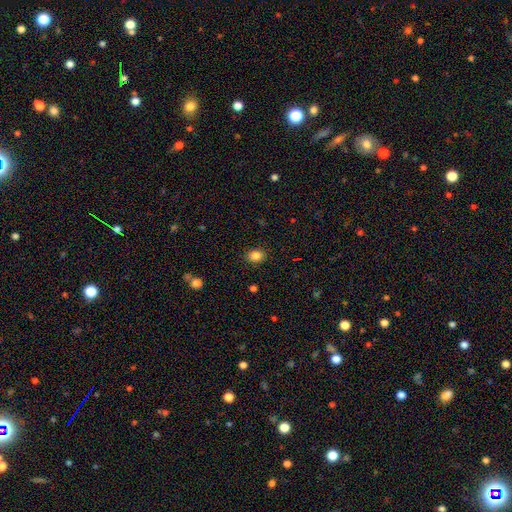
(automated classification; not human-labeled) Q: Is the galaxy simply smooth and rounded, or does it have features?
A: smooth — 85%.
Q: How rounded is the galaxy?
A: in between — 50%.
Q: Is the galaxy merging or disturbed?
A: none — 87%.